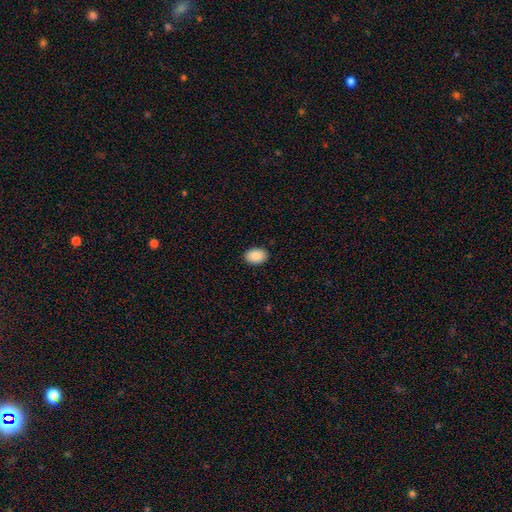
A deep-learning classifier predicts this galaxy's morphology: Smooth or featured? Predicted: smooth (p=0.91). How rounded? Predicted: in between (p=0.84). Merging? Predicted: none (p=0.90).